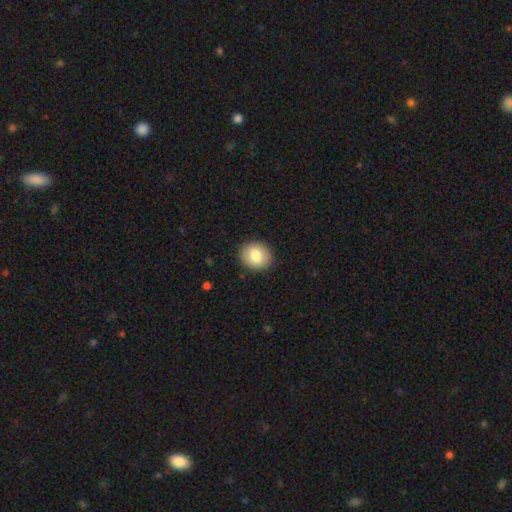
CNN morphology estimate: Smooth or featured: smooth — 81% (featured or disk — 11%)
How rounded: round — 64% (in between — 35%)
Merging: none — 89% (minor disturbance — 8%)